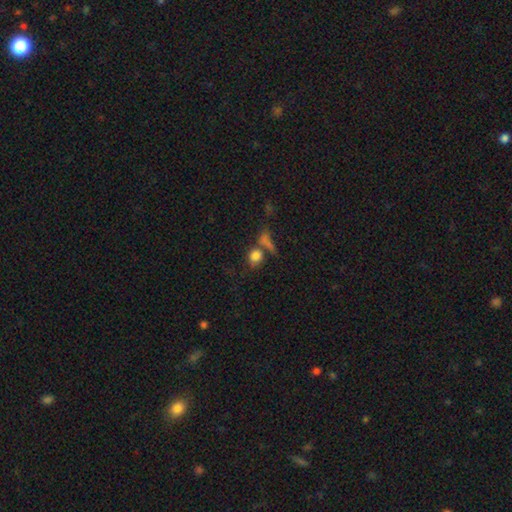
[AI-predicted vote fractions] Smooth or featured?
  - smooth: 77% *
  - star or artifact: 12%
  - featured or disk: 11%
How rounded?
  - round: 71% *
  - in between: 24%
  - cigar-shaped: 5%
Merging?
  - none: 43% *
  - merger: 35%
  - minor disturbance: 12%
  - major disturbance: 10%